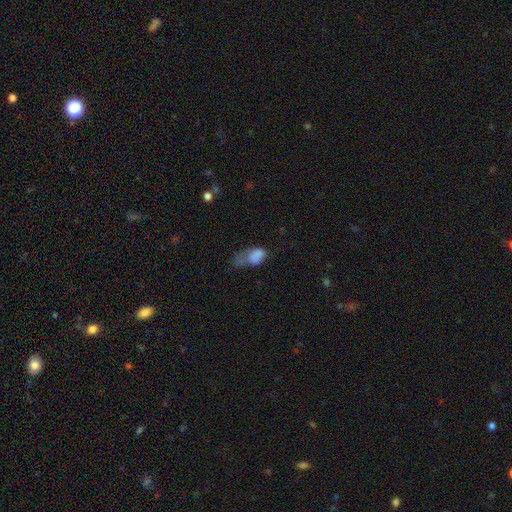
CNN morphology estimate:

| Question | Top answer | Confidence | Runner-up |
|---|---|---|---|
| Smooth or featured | smooth | 72% | featured or disk (16%) |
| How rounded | in between | 86% | round (11%) |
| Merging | major disturbance | 46% | minor disturbance (25%) |